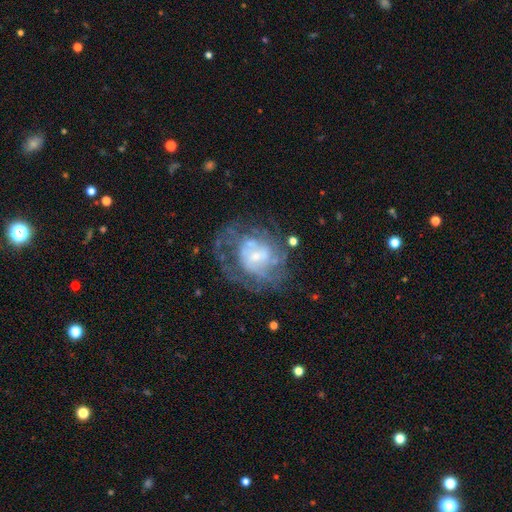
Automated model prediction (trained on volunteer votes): smooth_or_featured: featured or disk (p=0.73) [alt: smooth p=0.17]
disk_edge_on: no (p=0.97) [alt: yes p=0.03]
bar: no (p=0.56) [alt: weak p=0.36]
has_spiral_arms: yes (p=0.69) [alt: no p=0.31]
bulge_size: small (p=0.54) [alt: moderate p=0.30]
merging: none (p=0.54) [alt: major disturbance p=0.23]